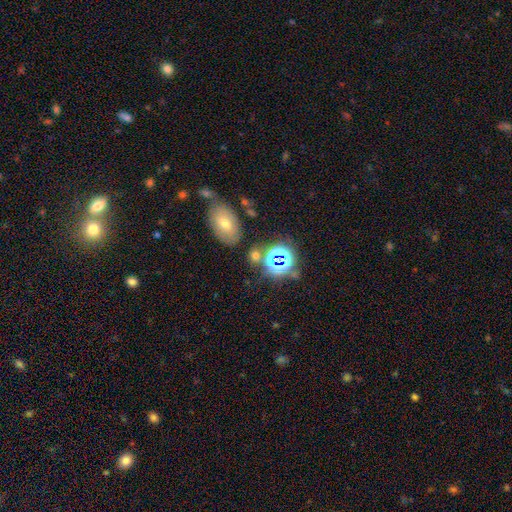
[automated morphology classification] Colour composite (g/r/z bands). It shows a smooth galaxy with no disk features (48%). Merging: none (67%).